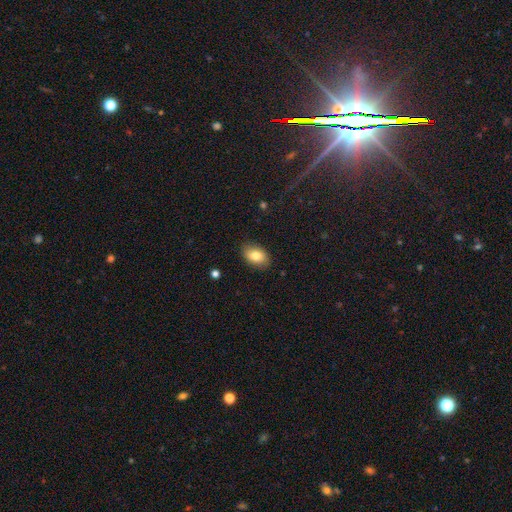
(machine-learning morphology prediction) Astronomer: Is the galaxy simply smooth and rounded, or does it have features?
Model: smooth — 81%.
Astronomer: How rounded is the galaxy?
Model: in between — 87%.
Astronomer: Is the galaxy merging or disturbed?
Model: none — 86%.